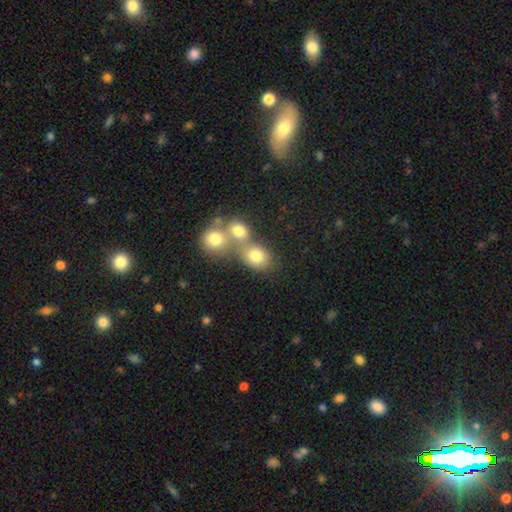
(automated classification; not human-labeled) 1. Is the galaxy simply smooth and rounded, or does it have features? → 77% smooth, 12% star or artifact, 11% featured or disk.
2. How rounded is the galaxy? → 59% round, 39% in between, 1% cigar-shaped.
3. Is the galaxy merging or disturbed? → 47% merger, 40% none, 8% minor disturbance, 4% major disturbance.